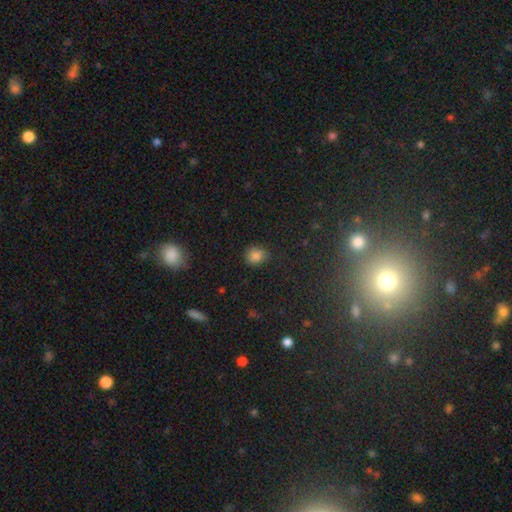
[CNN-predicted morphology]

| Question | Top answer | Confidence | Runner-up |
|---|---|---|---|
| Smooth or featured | smooth | 82% | star or artifact (13%) |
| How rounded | round | 73% | in between (25%) |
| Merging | none | 76% | minor disturbance (18%) |